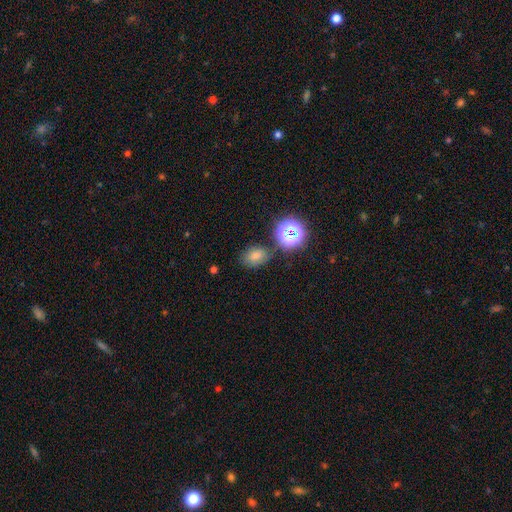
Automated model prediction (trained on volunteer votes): A smooth galaxy with no disk features (60%) that is in between round and cigar-shaped (57%). Merging: none (78%).